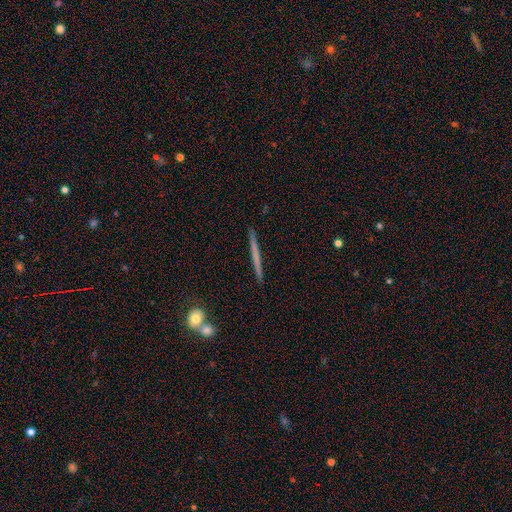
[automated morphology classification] Smooth or featured?
  - smooth: 49% *
  - featured or disk: 45%
  - star or artifact: 6%
Merging?
  - none: 90% *
  - minor disturbance: 6%
  - merger: 2%
  - major disturbance: 1%